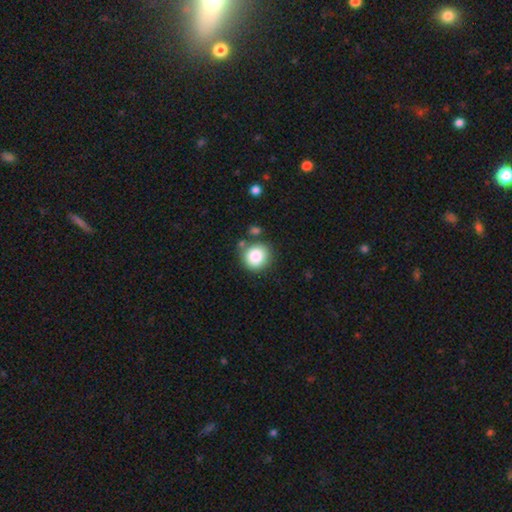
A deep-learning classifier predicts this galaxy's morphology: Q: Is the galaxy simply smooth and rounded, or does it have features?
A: smooth — 85%.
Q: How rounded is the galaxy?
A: round — 86%.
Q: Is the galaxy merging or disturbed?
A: none — 74%.